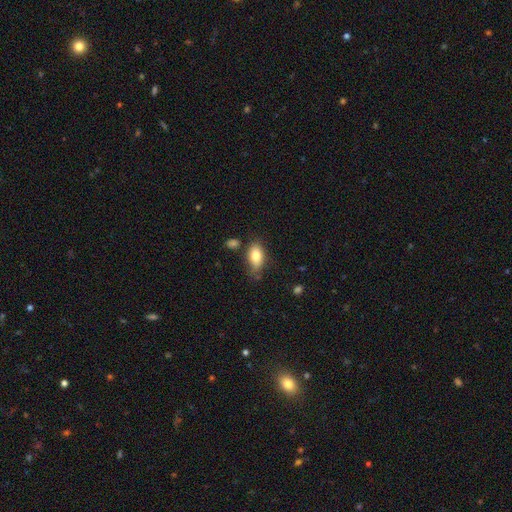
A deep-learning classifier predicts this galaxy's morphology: smooth-or-featured: smooth: 79% | featured or disk: 14% | star or artifact: 8%
  how-rounded: in between: 88% | round: 8% | cigar-shaped: 4%
  merging: none: 64% | minor disturbance: 25% | major disturbance: 6% | merger: 5%